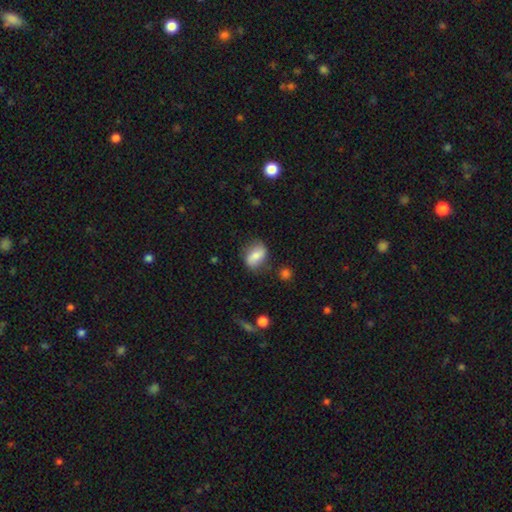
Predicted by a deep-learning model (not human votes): smooth_or_featured: smooth (p=0.61) [alt: featured or disk p=0.31]
how_rounded: in between (p=0.76) [alt: round p=0.20]
merging: none (p=0.70) [alt: minor disturbance p=0.21]